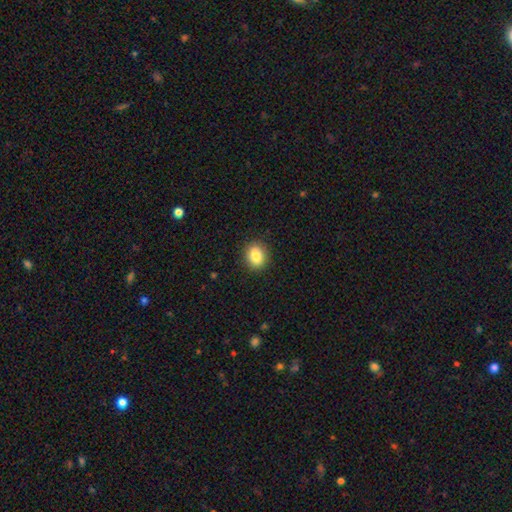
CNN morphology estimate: A smooth galaxy with no disk features (85%) that is round (56%).

Vote fractions:
- Smooth or featured? smooth: 85% / star or artifact: 9% / featured or disk: 7%
- How rounded? round: 56% / in between: 43% / cigar-shaped: 1%
- Merging? none: 90% / minor disturbance: 7% / major disturbance: 2% / merger: 1%